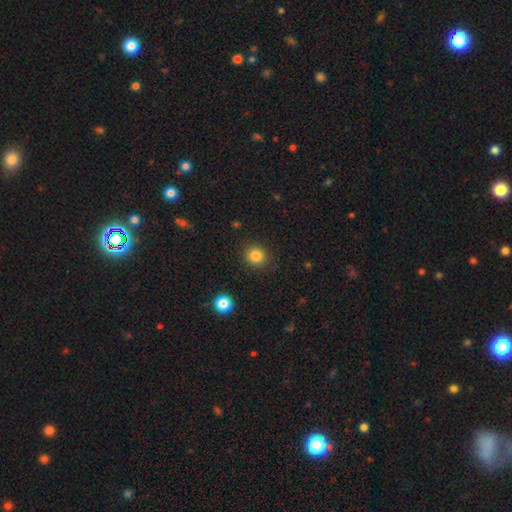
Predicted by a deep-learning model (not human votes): smooth_or_featured: smooth (p=0.84) [alt: star or artifact p=0.11]
how_rounded: round (p=0.86) [alt: in between p=0.13]
merging: none (p=0.89) [alt: minor disturbance p=0.07]